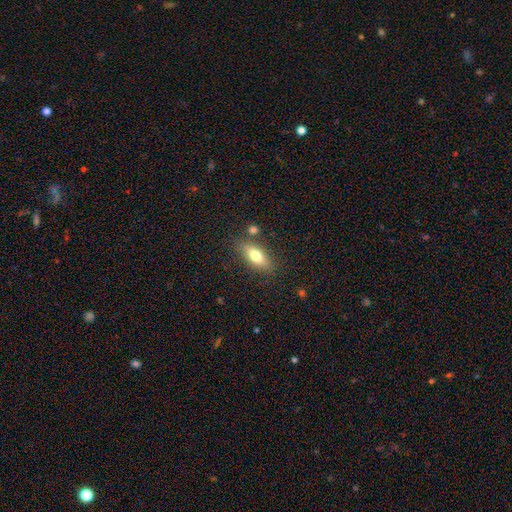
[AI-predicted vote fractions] Smooth or featured? smooth (69%)
How rounded? in between (73%)
Merging? none (80%)